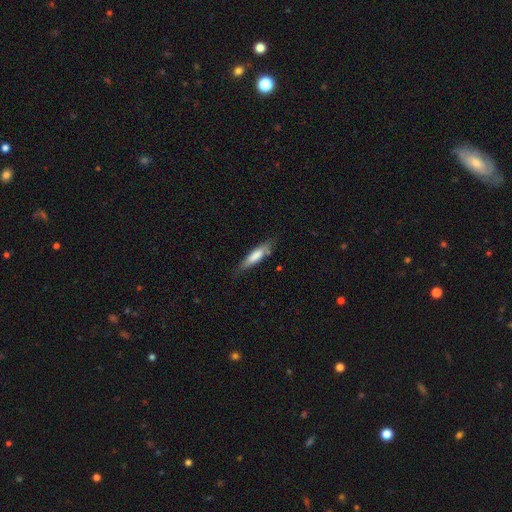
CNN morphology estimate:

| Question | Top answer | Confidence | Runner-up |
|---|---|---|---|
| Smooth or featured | smooth | 72% | featured or disk (22%) |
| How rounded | cigar-shaped | 72% | in between (26%) |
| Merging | none | 70% | minor disturbance (22%) |